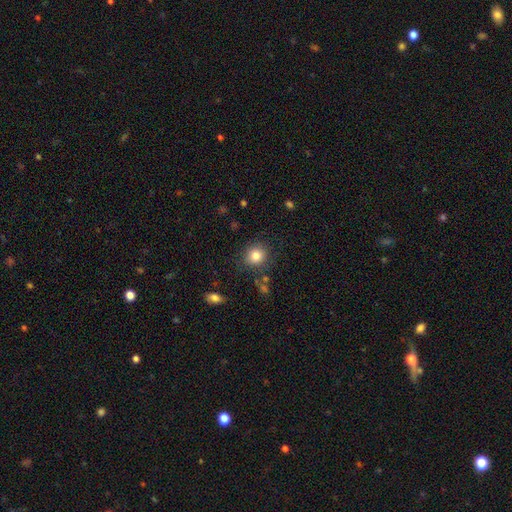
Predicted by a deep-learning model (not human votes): This is clearly a smooth galaxy (82%). How rounded: clearly round (81%). Merging: clearly none (83%).